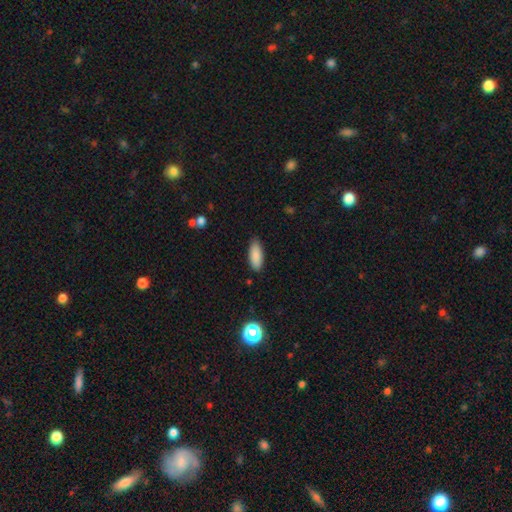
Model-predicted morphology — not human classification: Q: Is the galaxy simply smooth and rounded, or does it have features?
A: smooth — 88%.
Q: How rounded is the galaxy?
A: in between — 75%.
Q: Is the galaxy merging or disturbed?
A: none — 86%.